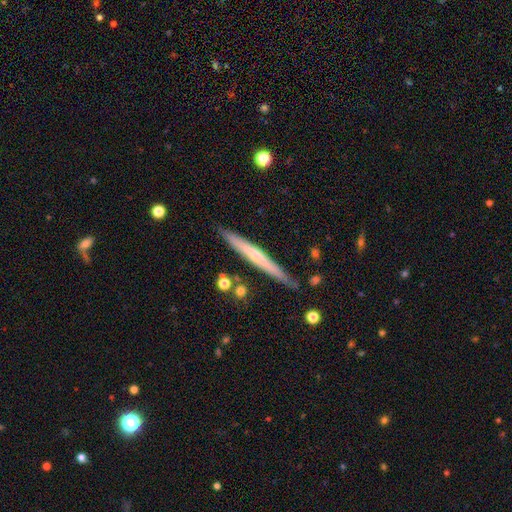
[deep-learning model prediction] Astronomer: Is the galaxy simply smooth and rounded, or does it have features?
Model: featured or disk — 54% (runner-up: smooth, 41%).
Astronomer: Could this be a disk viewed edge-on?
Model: yes — 96%.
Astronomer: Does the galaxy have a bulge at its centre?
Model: none — 63%.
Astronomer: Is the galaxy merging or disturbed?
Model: none — 87%.